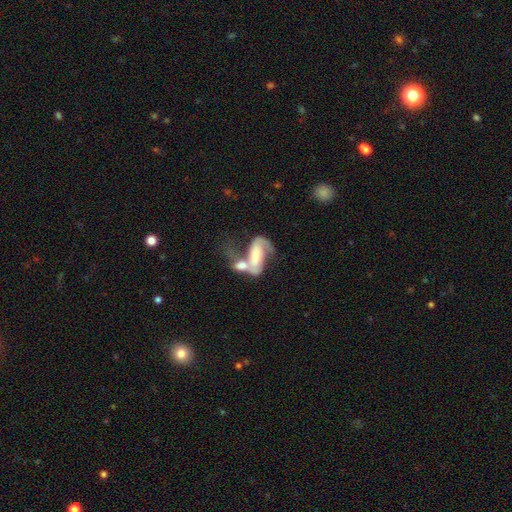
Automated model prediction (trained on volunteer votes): This is likely a featured or disk galaxy (67%). It is clearly not viewed edge-on (93%). Bar: marginally no (36%). Spiral arm pattern: clearly yes (84%). Spiral arm count: likely 2 (74%). Spiral winding: possibly loose (54%). Central bulge: marginally moderate (42%). Merging: likely merger (63%).